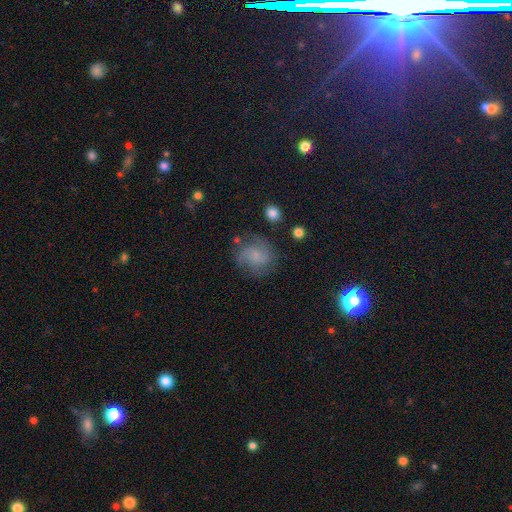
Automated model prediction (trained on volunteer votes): This is possibly a featured or disk galaxy (55%). It is clearly not viewed edge-on (98%). Bar: likely no (65%). Spiral arm pattern: clearly yes (89%). Central bulge: marginally small (42%). Merging: likely none (69%).